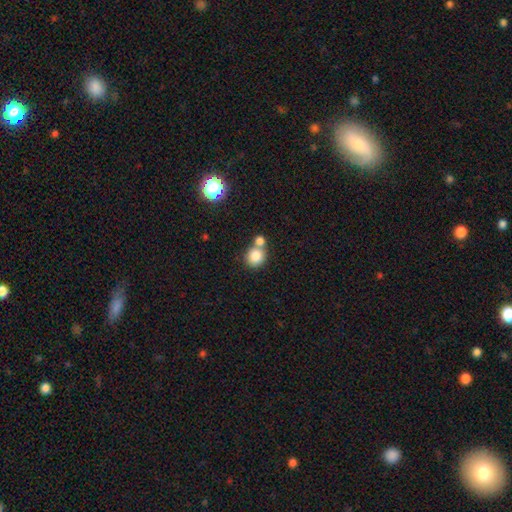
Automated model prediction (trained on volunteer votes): smooth 82%, star or artifact 10%, featured or disk 8%. Down the decision tree: how rounded — round (84%); merging — none (49%).